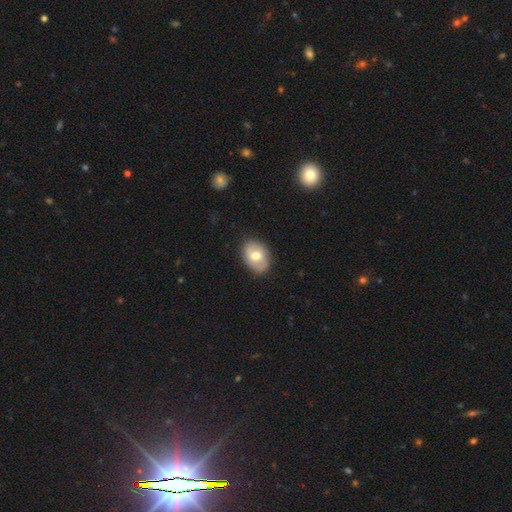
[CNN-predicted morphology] smooth_or_featured: smooth (p=0.67) [alt: featured or disk p=0.26]
how_rounded: in between (p=0.77) [alt: round p=0.22]
merging: none (p=0.84) [alt: minor disturbance p=0.12]